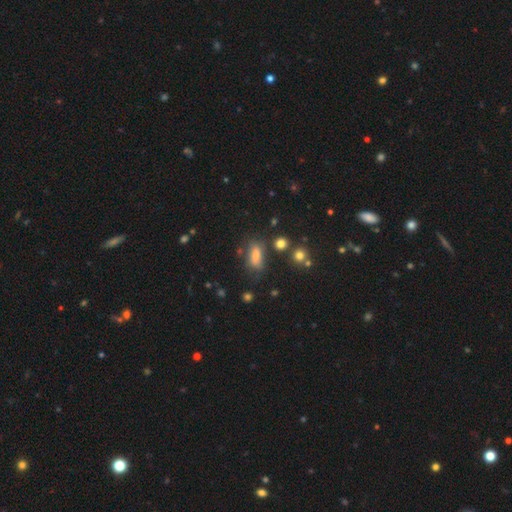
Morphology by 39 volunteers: smooth_or_featured: smooth (p=0.90) [alt: featured or disk p=0.05]
how_rounded: in between (p=0.69) [alt: cigar-shaped p=0.26]
merging: none (p=0.57) [alt: minor disturbance p=0.27]